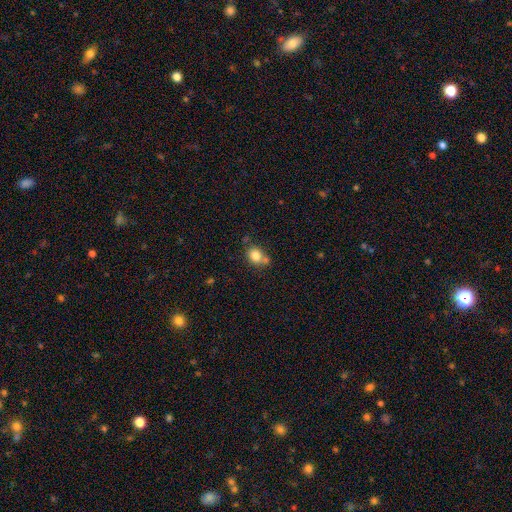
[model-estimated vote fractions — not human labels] Smooth or featured: smooth — 81% (star or artifact — 10%)
How rounded: round — 59% (in between — 40%)
Merging: none — 55% (merger — 25%)